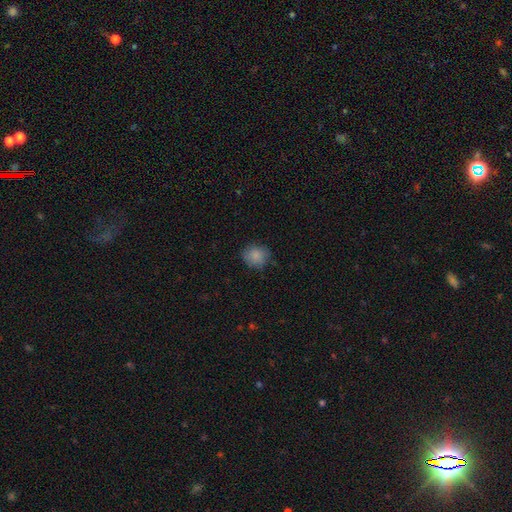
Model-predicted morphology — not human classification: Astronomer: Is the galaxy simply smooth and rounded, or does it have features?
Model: smooth — 85%.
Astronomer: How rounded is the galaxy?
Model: round — 80%.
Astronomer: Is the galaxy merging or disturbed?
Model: none — 74%.